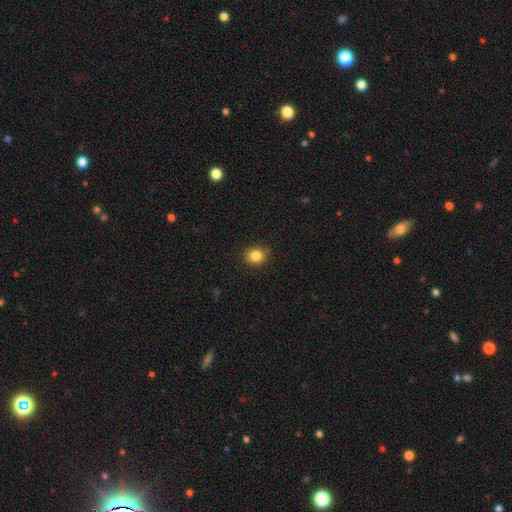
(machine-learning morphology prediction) Smooth or featured?
  - smooth: 83% *
  - star or artifact: 11%
  - featured or disk: 6%
How rounded?
  - round: 70% *
  - in between: 29%
  - cigar-shaped: 1%
Merging?
  - none: 84% *
  - minor disturbance: 12%
  - major disturbance: 2%
  - merger: 1%